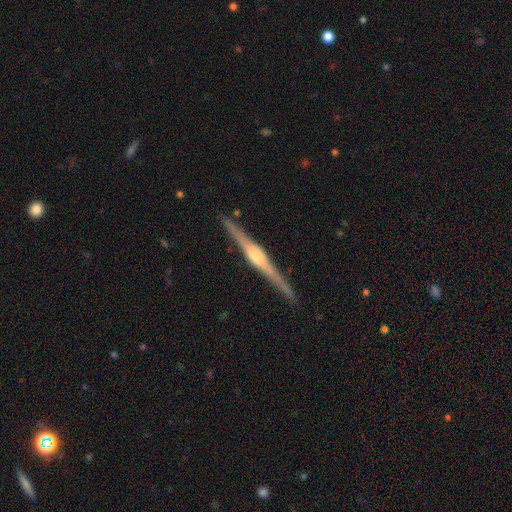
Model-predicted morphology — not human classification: featured or disk 88%, smooth 8%, star or artifact 4%. Down the decision tree: edge-on disk — yes (99%); edge-on bulge — rounded (79%); merging — none (92%).